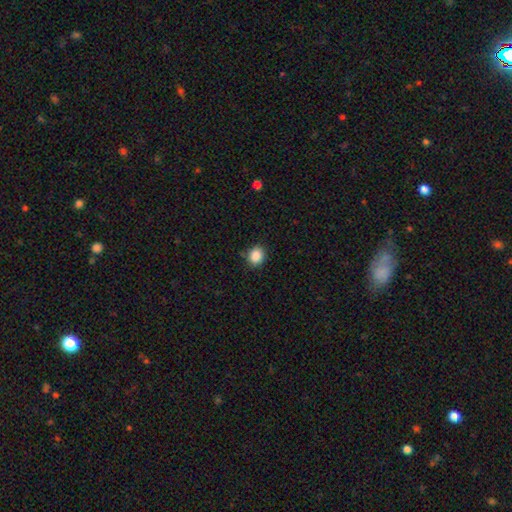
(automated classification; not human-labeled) Smooth or featured: smooth — 87% (star or artifact — 10%)
How rounded: round — 65% (in between — 34%)
Merging: none — 85% (minor disturbance — 10%)